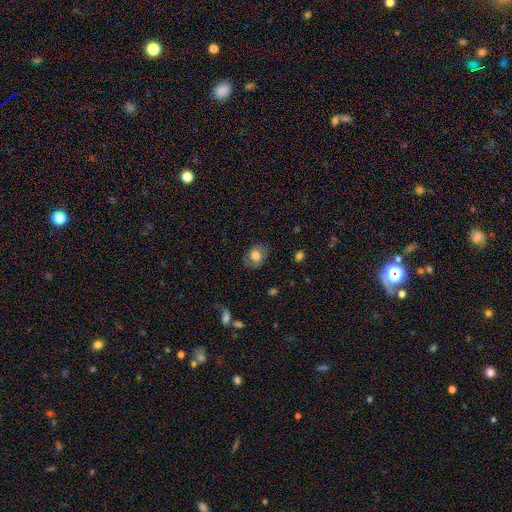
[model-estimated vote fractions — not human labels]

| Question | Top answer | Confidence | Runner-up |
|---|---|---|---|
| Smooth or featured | smooth | 69% | featured or disk (22%) |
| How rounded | in between | 54% | round (45%) |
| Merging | none | 79% | minor disturbance (15%) |